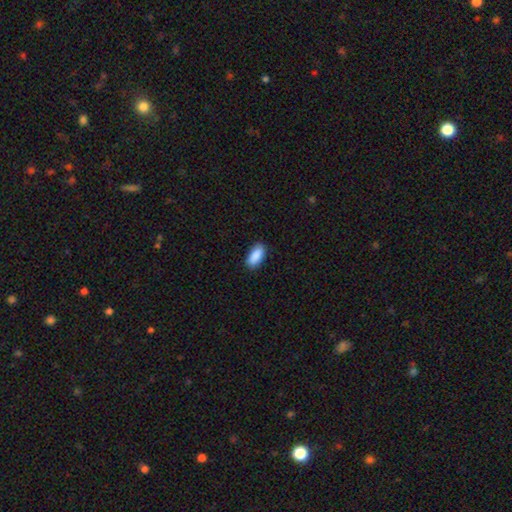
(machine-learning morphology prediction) This appears to be a smooth galaxy with no disk features (90%) that is in between round and cigar-shaped (86%). Merging: none (86%).